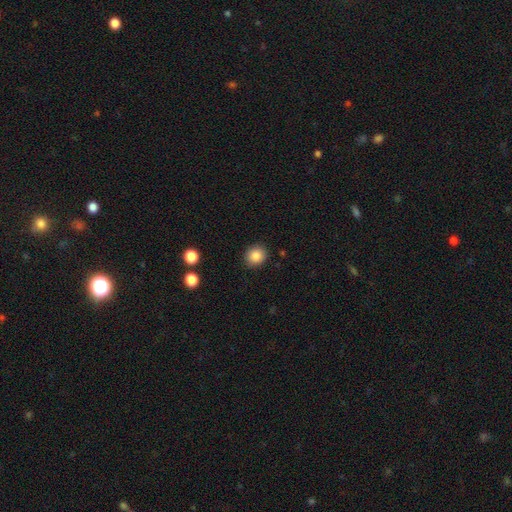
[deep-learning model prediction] smooth_or_featured: smooth (p=0.87) [alt: star or artifact p=0.09]
how_rounded: round (p=0.78) [alt: in between p=0.21]
merging: none (p=0.89) [alt: minor disturbance p=0.07]